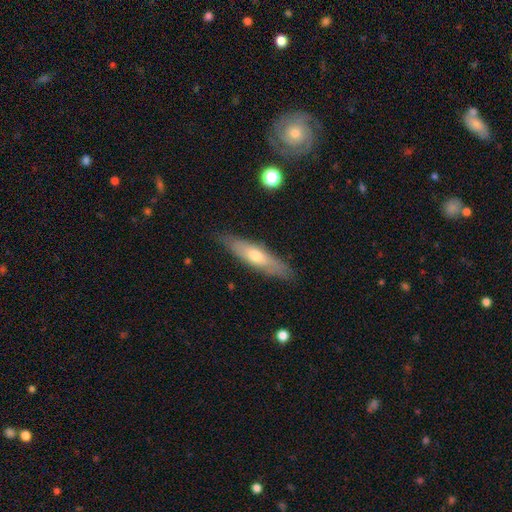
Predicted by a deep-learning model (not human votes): Morphology: type=smooth (51%); roundness=cigar-shaped (69%); merging=none (83%).